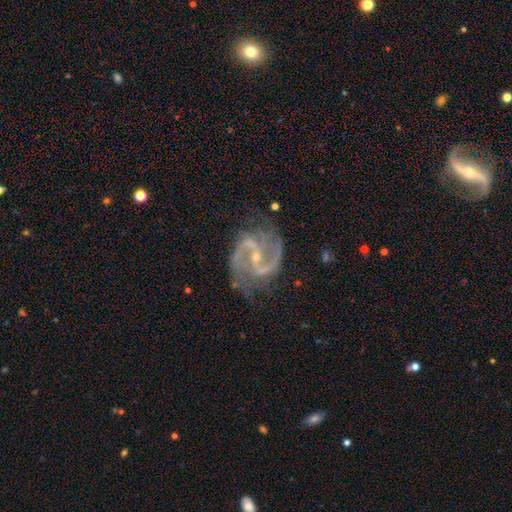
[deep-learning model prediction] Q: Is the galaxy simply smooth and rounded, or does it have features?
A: featured or disk — 91%.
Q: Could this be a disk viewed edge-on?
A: no — 98%.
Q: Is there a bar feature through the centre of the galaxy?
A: weak — 41%.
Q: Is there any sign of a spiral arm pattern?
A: yes — 98%.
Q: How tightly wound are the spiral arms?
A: medium — 58%.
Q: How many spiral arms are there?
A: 2 — 92%.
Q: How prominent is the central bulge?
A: small — 72%.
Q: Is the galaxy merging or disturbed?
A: none — 72%.